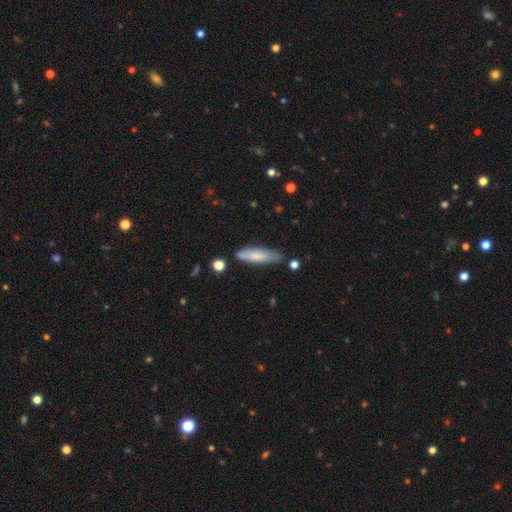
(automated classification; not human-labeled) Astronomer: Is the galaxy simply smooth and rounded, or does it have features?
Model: smooth — 75%.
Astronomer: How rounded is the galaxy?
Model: cigar-shaped — 69%.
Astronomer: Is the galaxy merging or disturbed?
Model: none — 72%.